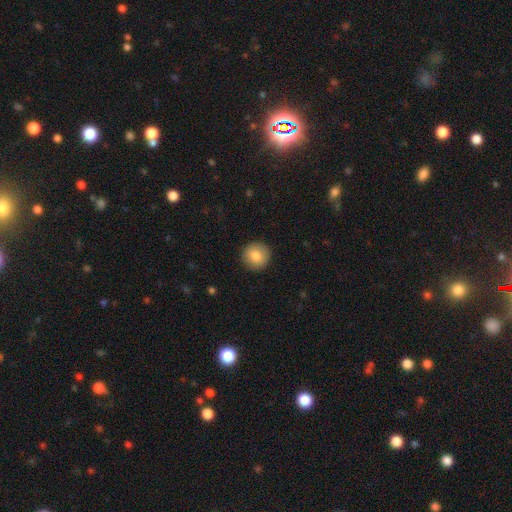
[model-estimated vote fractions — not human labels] A smooth galaxy with no disk features (84%) that is round (93%).

Vote fractions:
- Smooth or featured? smooth: 84% / featured or disk: 8% / star or artifact: 8%
- How rounded? round: 93% / in between: 6% / cigar-shaped: 1%
- Merging? none: 92% / minor disturbance: 6% / major disturbance: 2% / merger: 1%